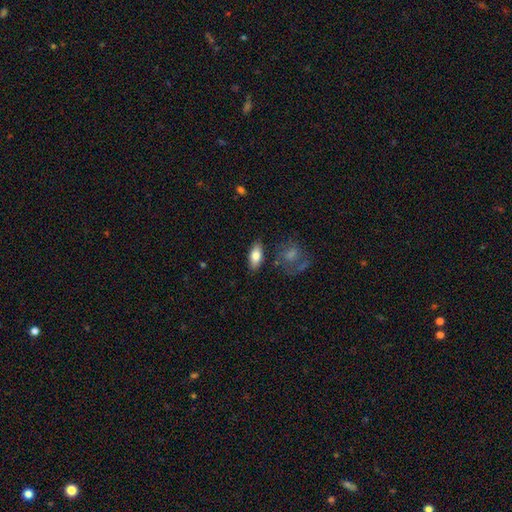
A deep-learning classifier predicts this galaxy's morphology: Smooth or featured: smooth — 78% (featured or disk — 16%)
How rounded: in between — 86% (cigar-shaped — 11%)
Merging: none — 83% (minor disturbance — 11%)